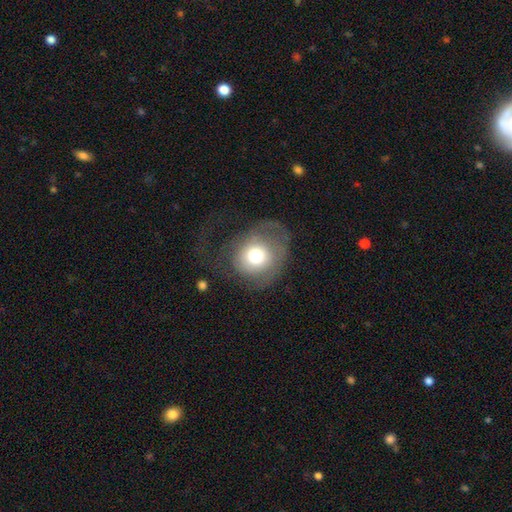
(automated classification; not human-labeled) Smooth or featured: smooth — 63% (featured or disk — 27%)
How rounded: round — 73% (in between — 26%)
Merging: none — 41% (major disturbance — 36%)